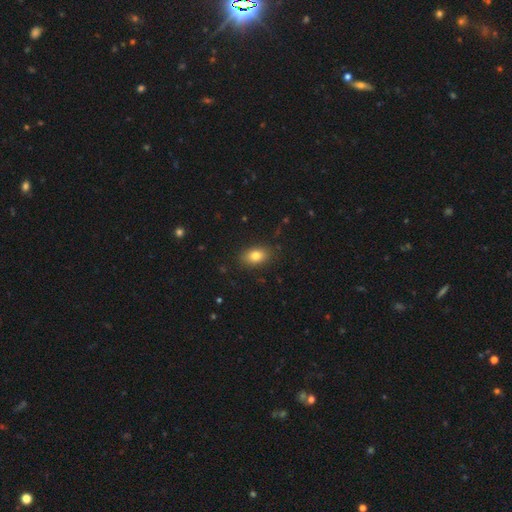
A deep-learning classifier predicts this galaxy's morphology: Smooth or featured? smooth (80%)
How rounded? in between (84%)
Merging? none (86%)